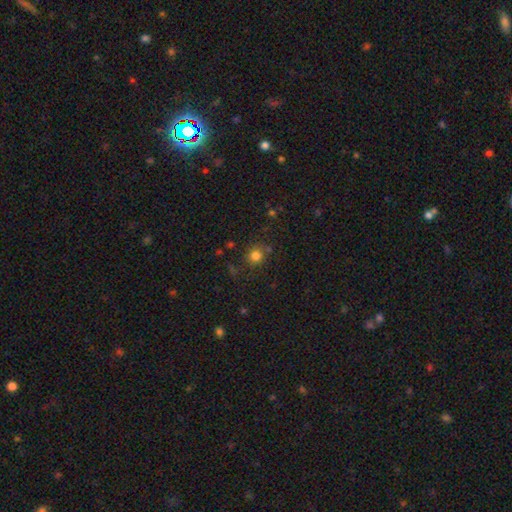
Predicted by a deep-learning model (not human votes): Morphology: type=smooth (80%); roundness=round (86%); merging=none (78%).